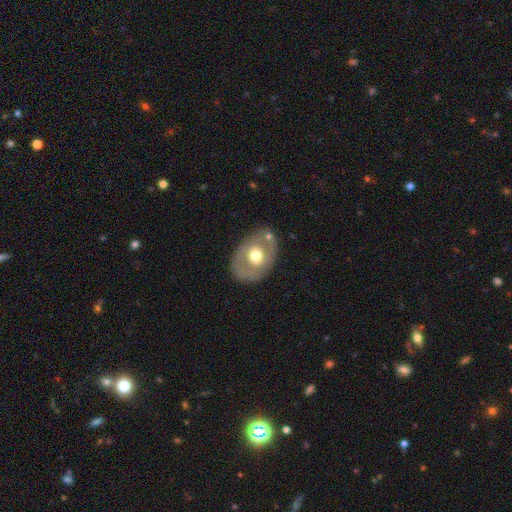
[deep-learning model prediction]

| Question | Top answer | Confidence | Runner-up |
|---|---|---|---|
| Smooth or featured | featured or disk | 52% | smooth (43%) |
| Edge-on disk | no | 92% | yes (8%) |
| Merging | none | 75% | minor disturbance (15%) |